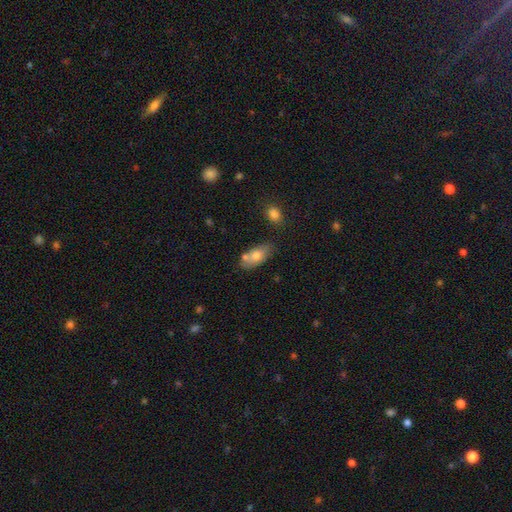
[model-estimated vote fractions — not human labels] The model was most divided on "merging": none: 61%, merger: 17%, minor disturbance: 17%, major disturbance: 4%. More confident: how rounded — in between (87%); smooth or featured — smooth (70%).